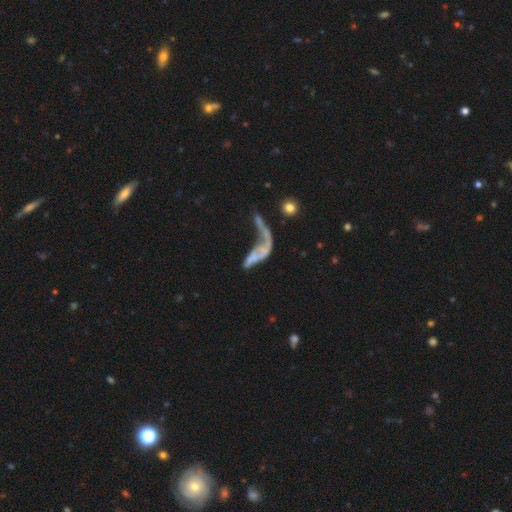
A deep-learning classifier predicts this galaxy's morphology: Overall: featured or disk (59%; smooth 30%). Edge-on disk: no (87%). Bar: no (79%). Spiral arms: no (62%; yes 38%). Bulge size: none (66%). Merging: major disturbance (48%; merger 24%).